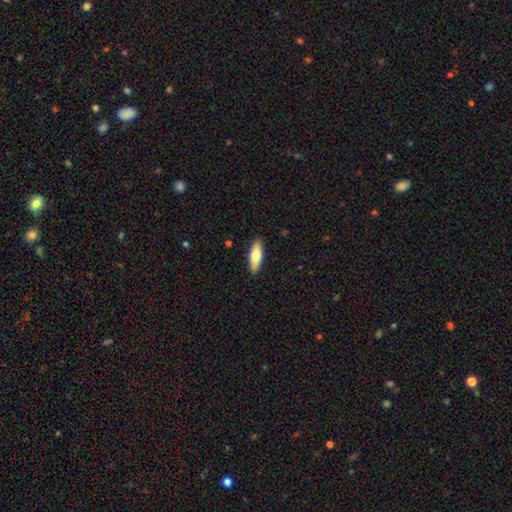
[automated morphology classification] Smooth or featured: smooth — 70% (featured or disk — 25%)
How rounded: in between — 60% (cigar-shaped — 38%)
Merging: none — 90% (minor disturbance — 7%)